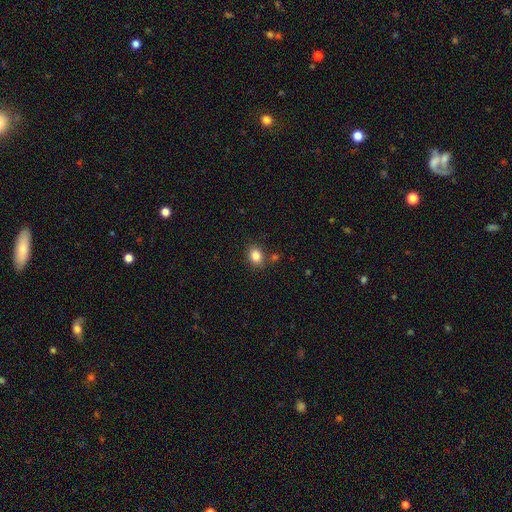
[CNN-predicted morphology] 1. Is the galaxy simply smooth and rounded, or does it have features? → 84% smooth, 10% star or artifact, 6% featured or disk.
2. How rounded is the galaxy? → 55% in between, 44% round, 1% cigar-shaped.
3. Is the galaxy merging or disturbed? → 80% none, 11% minor disturbance, 7% merger, 3% major disturbance.